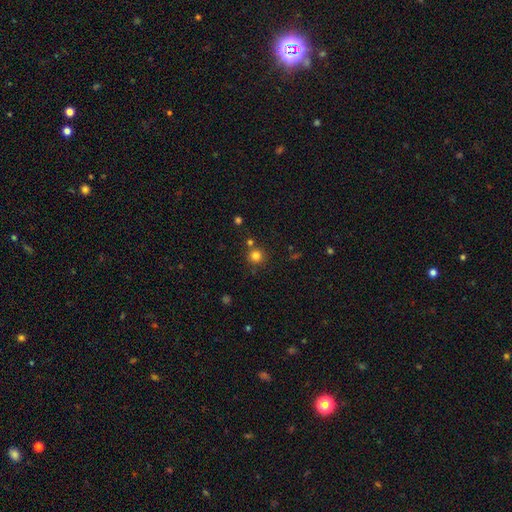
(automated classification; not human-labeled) Morphology: type=smooth (80%); roundness=round (94%); merging=none (78%).